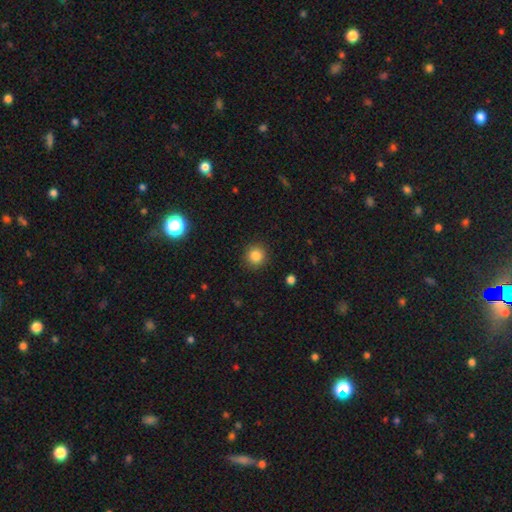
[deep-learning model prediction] Morphology: type=smooth (85%); roundness=round (92%); merging=none (90%).